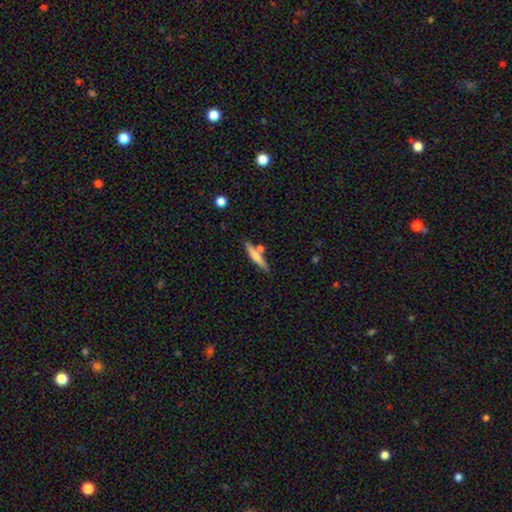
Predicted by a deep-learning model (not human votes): Q: Smooth or featured?
A: smooth (59%); runner-up: featured or disk (34%)
Q: How rounded?
A: cigar-shaped (89%); runner-up: in between (9%)
Q: Merging?
A: none (72%); runner-up: merger (14%)